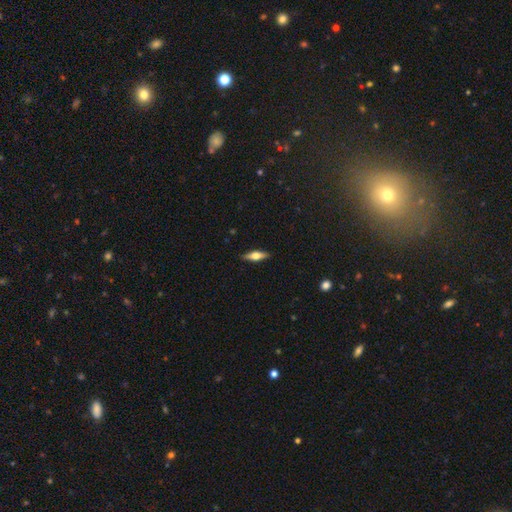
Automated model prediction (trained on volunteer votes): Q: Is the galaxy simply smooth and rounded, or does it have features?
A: featured or disk — 47%, tied with smooth.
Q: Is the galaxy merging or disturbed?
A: none — 89%.